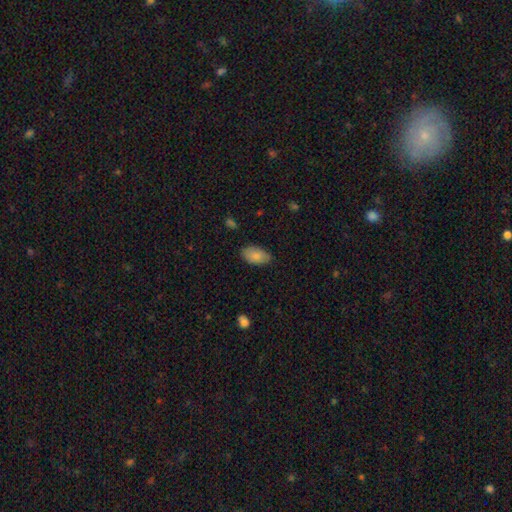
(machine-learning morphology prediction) smooth-or-featured: smooth: 86% | featured or disk: 8% | star or artifact: 6%
  how-rounded: in between: 94% | round: 4% | cigar-shaped: 2%
  merging: none: 78% | minor disturbance: 18% | major disturbance: 3% | merger: 1%